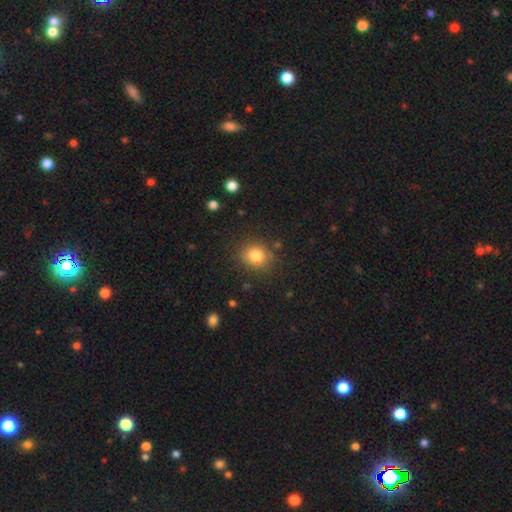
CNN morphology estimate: The model was most divided on "how rounded": round: 76%, in between: 23%, cigar-shaped: 1%. More confident: merging — none (82%); smooth or featured — smooth (82%).